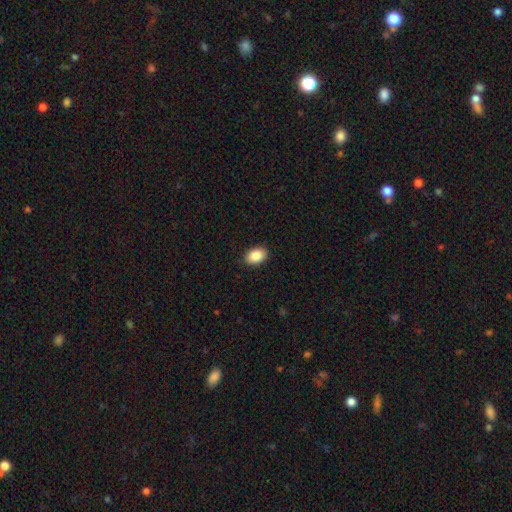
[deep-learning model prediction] Overall: smooth (89%). How rounded: in between (85%). Merging: none (88%).